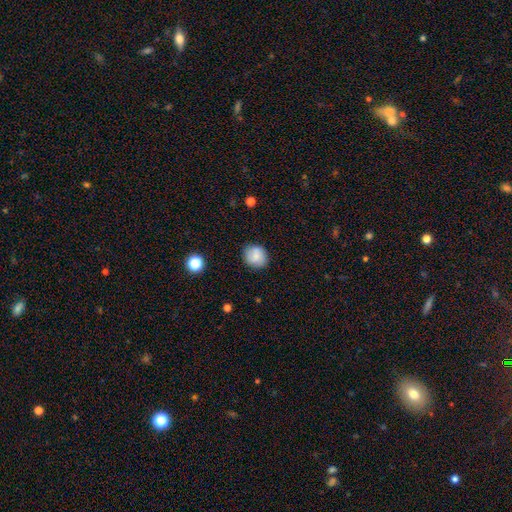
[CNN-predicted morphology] This is likely a smooth galaxy (78%). How rounded: clearly round (81%). Merging: clearly none (84%).